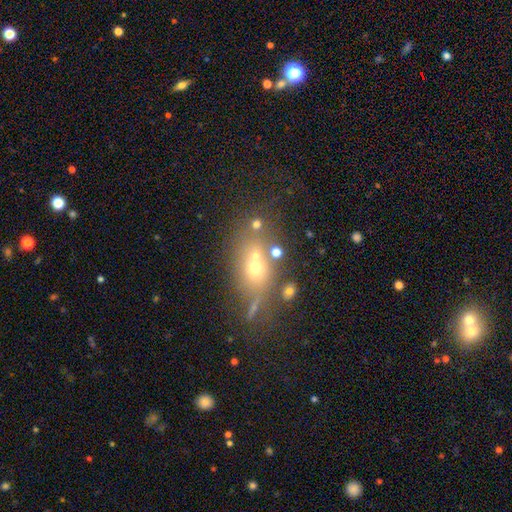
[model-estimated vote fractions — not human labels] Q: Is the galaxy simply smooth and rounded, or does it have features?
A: smooth — 57%.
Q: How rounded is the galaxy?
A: in between — 57%.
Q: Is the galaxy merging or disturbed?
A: none — 50%.